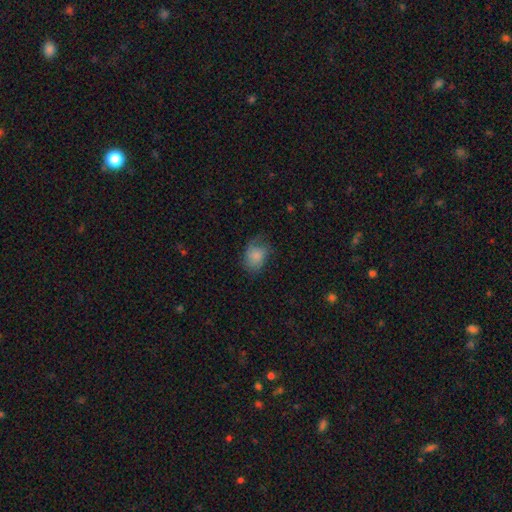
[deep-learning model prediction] Morphology: type=smooth (76%); roundness=in between (61%); merging=none (50%).